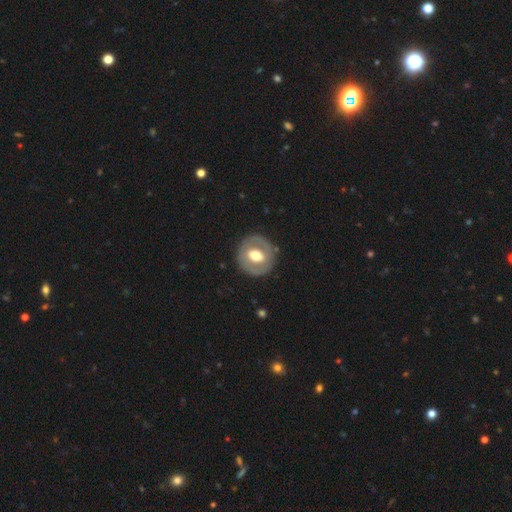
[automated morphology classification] Smooth or featured: featured or disk — 54% (smooth — 40%)
Edge-on disk: no — 95% (yes — 5%)
Bar: no — 43% (weak — 36%)
Spiral arms: no — 77% (yes — 23%)
Bulge size: moderate — 60% (large — 32%)
Merging: none — 84% (minor disturbance — 10%)